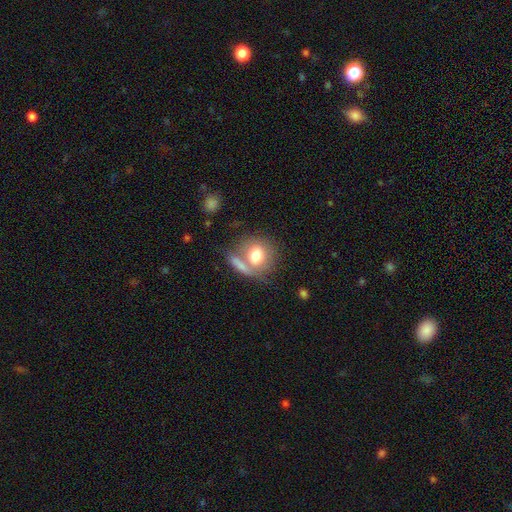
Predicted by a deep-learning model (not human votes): smooth-or-featured: smooth: 75% | featured or disk: 17% | star or artifact: 8%
  how-rounded: round: 72% | in between: 26% | cigar-shaped: 2%
  merging: none: 47% | merger: 32% | minor disturbance: 13% | major disturbance: 8%